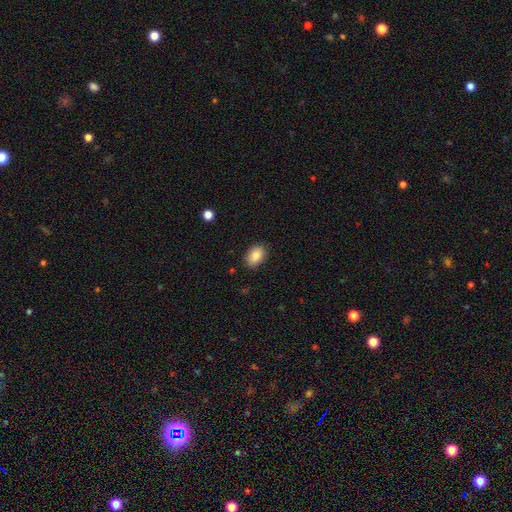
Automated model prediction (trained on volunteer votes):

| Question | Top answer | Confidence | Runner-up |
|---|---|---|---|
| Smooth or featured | smooth | 86% | star or artifact (8%) |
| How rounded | in between | 84% | round (15%) |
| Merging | none | 87% | minor disturbance (10%) |